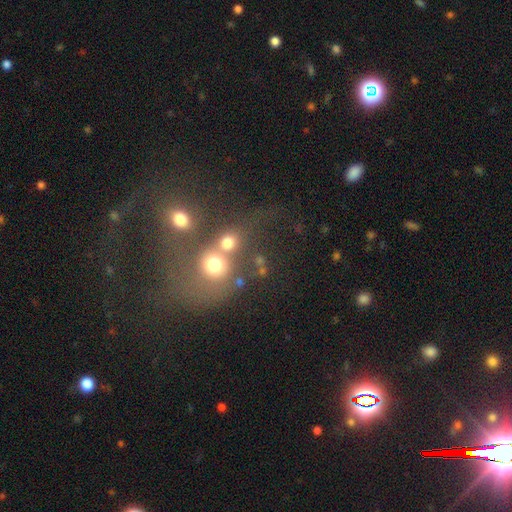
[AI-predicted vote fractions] A featured or disk galaxy (36%). Merging: merger (64%).